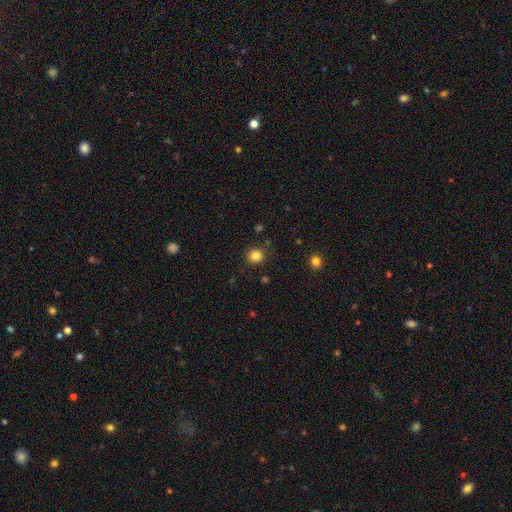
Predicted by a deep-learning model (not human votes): smooth_or_featured: smooth (p=0.83) [alt: star or artifact p=0.12]
how_rounded: round (p=0.88) [alt: in between p=0.11]
merging: none (p=0.88) [alt: minor disturbance p=0.07]